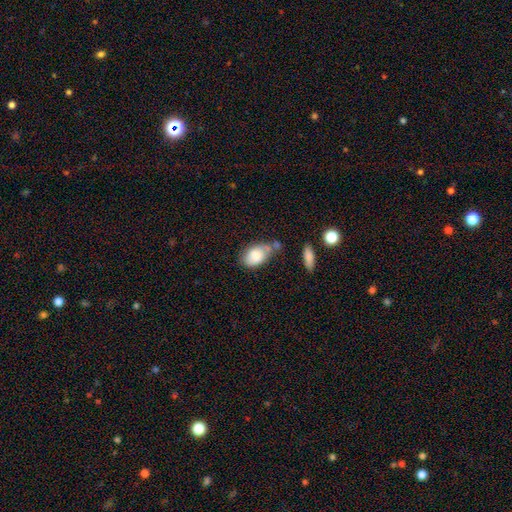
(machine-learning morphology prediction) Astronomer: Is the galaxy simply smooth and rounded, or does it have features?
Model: smooth — 81%.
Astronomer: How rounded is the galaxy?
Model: in between — 89%.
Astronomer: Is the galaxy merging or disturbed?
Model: none — 44% (runner-up: minor disturbance, 28%).